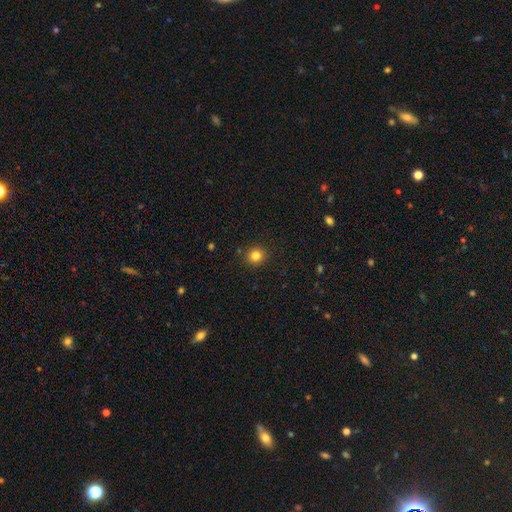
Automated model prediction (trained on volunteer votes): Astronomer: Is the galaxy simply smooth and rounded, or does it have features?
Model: smooth — 82%.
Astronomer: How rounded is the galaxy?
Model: round — 88%.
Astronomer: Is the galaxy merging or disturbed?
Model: none — 89%.